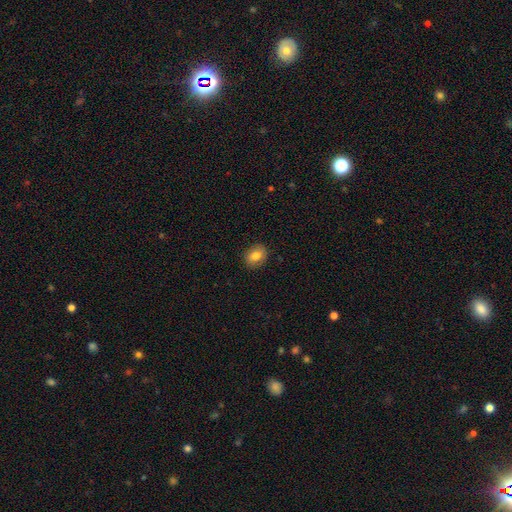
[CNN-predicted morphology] A smooth galaxy with no disk features (79%) that is in between round and cigar-shaped (52%).

Vote fractions:
- Smooth or featured? smooth: 79% / featured or disk: 12% / star or artifact: 9%
- How rounded? in between: 52% / round: 47% / cigar-shaped: 1%
- Merging? none: 88% / minor disturbance: 9% / major disturbance: 2% / merger: 1%